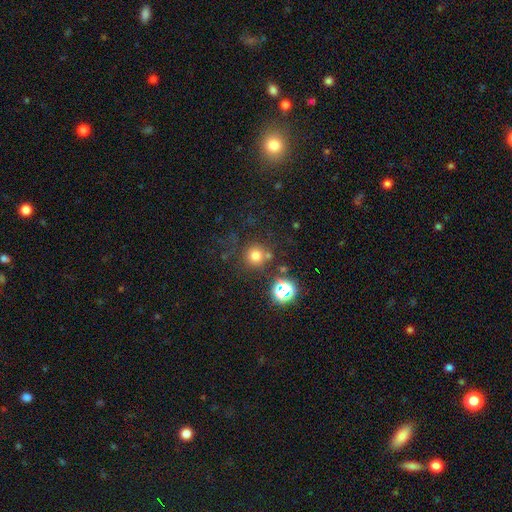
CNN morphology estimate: Smooth or featured?
  - smooth: 71% *
  - star or artifact: 22%
  - featured or disk: 8%
How rounded?
  - round: 93% *
  - in between: 6%
  - cigar-shaped: 1%
Merging?
  - none: 71% *
  - merger: 12%
  - minor disturbance: 11%
  - major disturbance: 6%